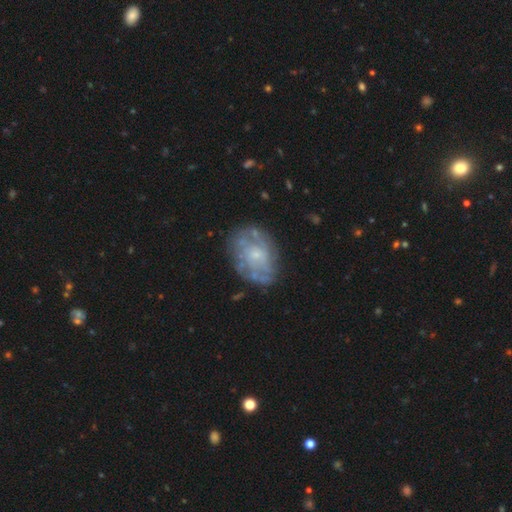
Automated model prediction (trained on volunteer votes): Smooth or featured? featured or disk (71%)
Edge-on disk? no (97%)
Bar? no (77%)
Spiral arms? yes (63%)
Bulge size? small (61%)
Merging? none (69%)